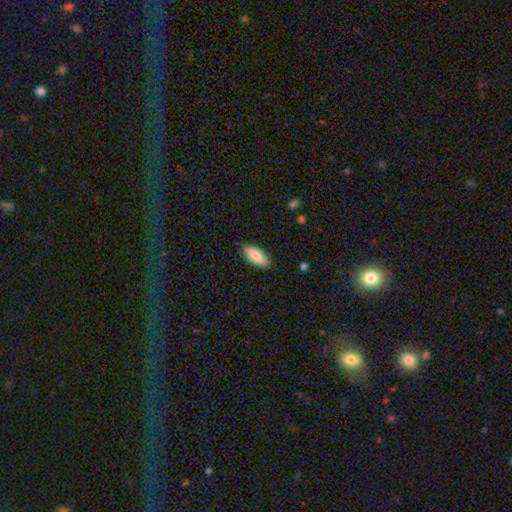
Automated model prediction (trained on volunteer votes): A smooth galaxy with no disk features (85%) that is in between round and cigar-shaped (83%). Merging: none (85%).